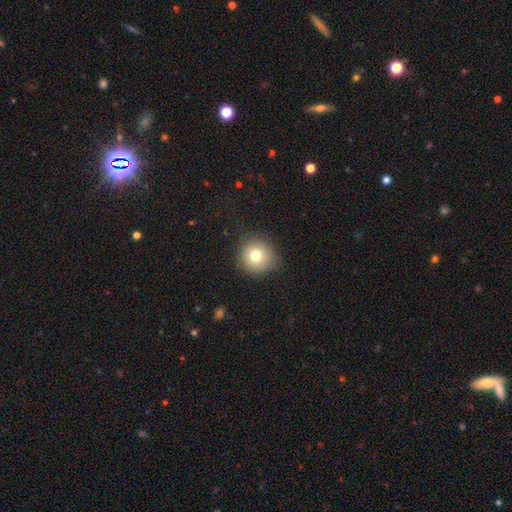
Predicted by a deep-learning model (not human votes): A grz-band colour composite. It shows a smooth galaxy with no disk features (76%) that is round (91%). Merging: none (80%).